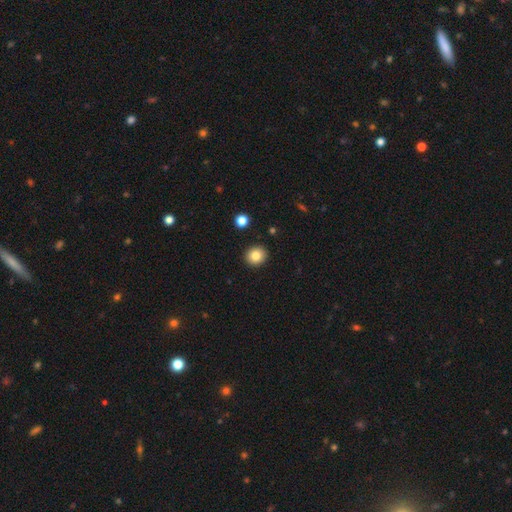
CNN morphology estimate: This is clearly a smooth galaxy (83%). How rounded: clearly round (84%). Merging: clearly none (91%).